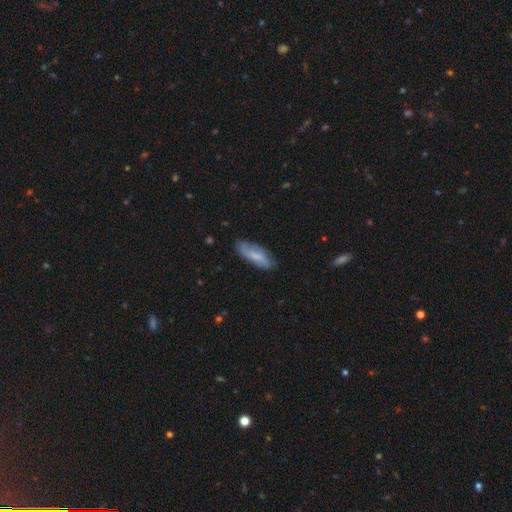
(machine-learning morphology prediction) Smooth or featured?
  - smooth: 58% *
  - featured or disk: 35%
  - star or artifact: 7%
How rounded?
  - in between: 66% *
  - cigar-shaped: 32%
  - round: 2%
Merging?
  - none: 72% *
  - minor disturbance: 21%
  - major disturbance: 5%
  - merger: 2%